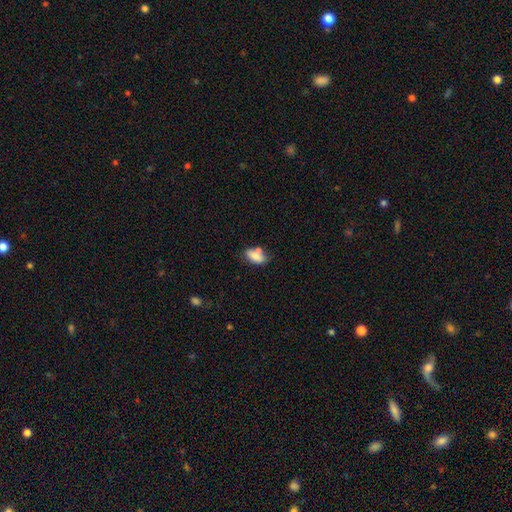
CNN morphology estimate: Q: Smooth or featured?
A: smooth (78%); runner-up: featured or disk (14%)
Q: How rounded?
A: in between (88%); runner-up: round (7%)
Q: Merging?
A: none (54%); runner-up: minor disturbance (21%)